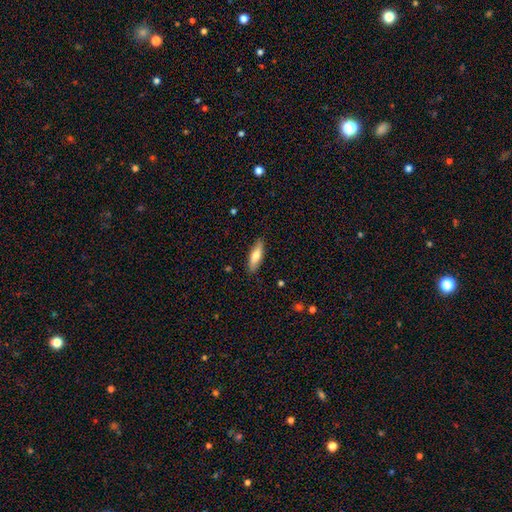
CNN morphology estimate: smooth-or-featured: smooth: 72% | featured or disk: 22% | star or artifact: 6%
  how-rounded: in between: 50% | cigar-shaped: 48% | round: 2%
  merging: none: 86% | minor disturbance: 10% | major disturbance: 2% | merger: 1%